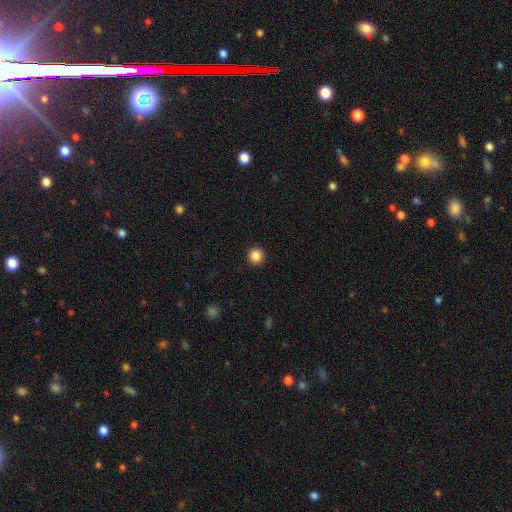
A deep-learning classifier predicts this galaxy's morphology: smooth-or-featured: smooth: 86% | star or artifact: 11% | featured or disk: 3%
  how-rounded: round: 95% | in between: 4% | cigar-shaped: 1%
  merging: none: 93% | minor disturbance: 4% | major disturbance: 2% | merger: 1%